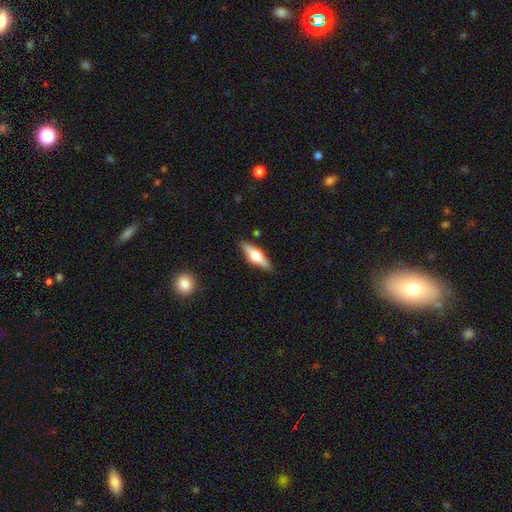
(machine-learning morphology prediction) smooth-or-featured: featured or disk: 51% | smooth: 43% | star or artifact: 6%
  disk-edge-on: yes: 92% | no: 8%
  merging: none: 87% | minor disturbance: 9% | major disturbance: 2% | merger: 2%